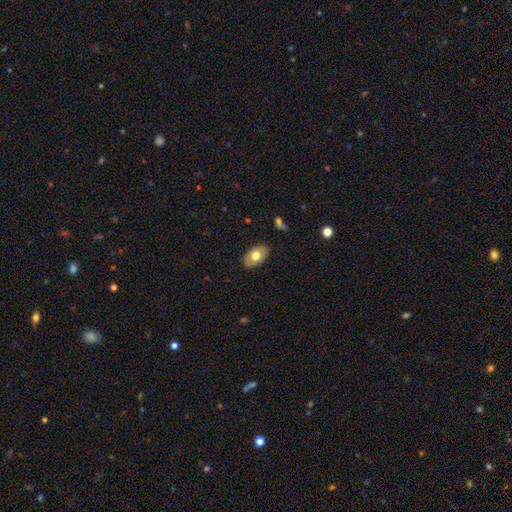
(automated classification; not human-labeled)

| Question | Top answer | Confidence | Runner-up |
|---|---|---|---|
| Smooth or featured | smooth | 72% | featured or disk (21%) |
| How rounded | in between | 91% | round (8%) |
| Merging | none | 85% | minor disturbance (11%) |